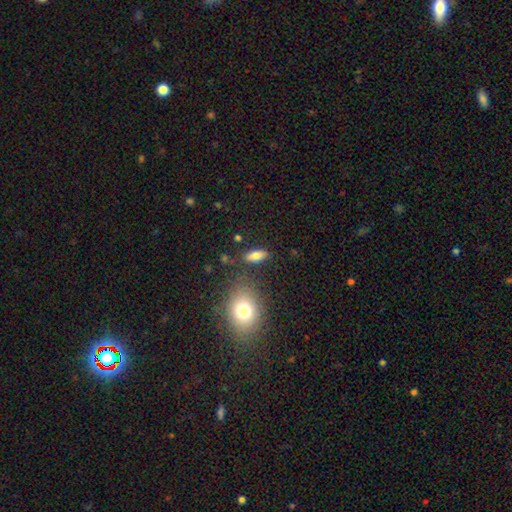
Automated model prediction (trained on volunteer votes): Q: Smooth or featured?
A: smooth (76%); runner-up: featured or disk (14%)
Q: How rounded?
A: in between (75%); runner-up: cigar-shaped (20%)
Q: Merging?
A: none (81%); runner-up: minor disturbance (11%)